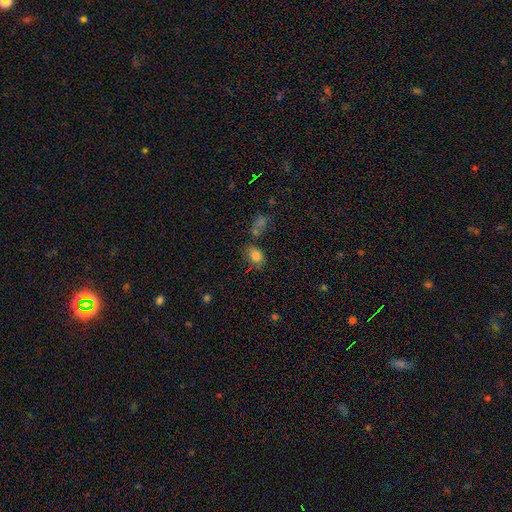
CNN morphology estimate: A smooth galaxy with no disk features (81%) that is in between round and cigar-shaped (77%).

Vote fractions:
- Smooth or featured? smooth: 81% / star or artifact: 13% / featured or disk: 7%
- How rounded? in between: 77% / round: 21% / cigar-shaped: 1%
- Merging? none: 65% / minor disturbance: 17% / merger: 13% / major disturbance: 6%